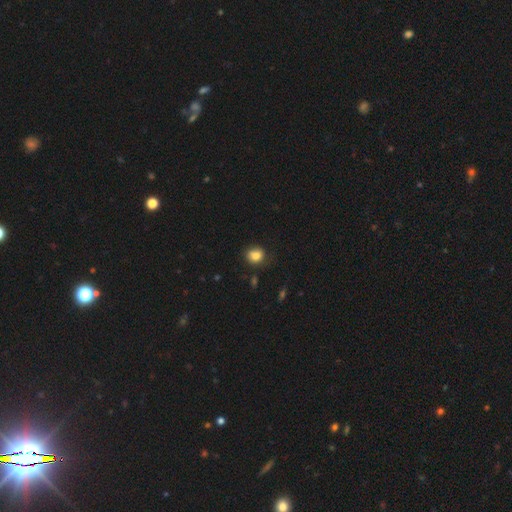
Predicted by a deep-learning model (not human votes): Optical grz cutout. It shows a smooth galaxy with no disk features (80%) that is round (59%). Merging: none (62%).